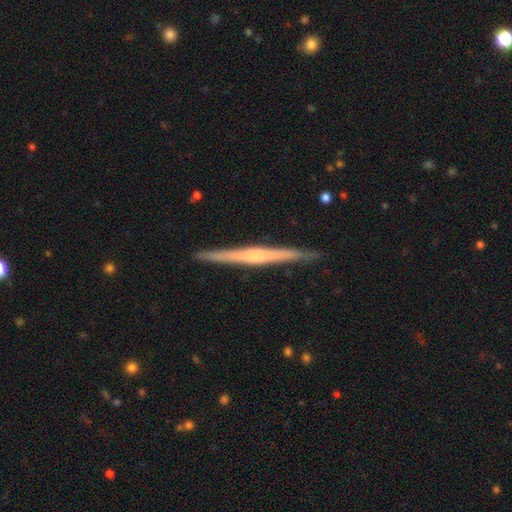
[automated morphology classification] Smooth or featured? featured or disk (71%)
Edge-on disk? yes (98%)
Edge-on bulge? rounded (47%)
Merging? none (91%)